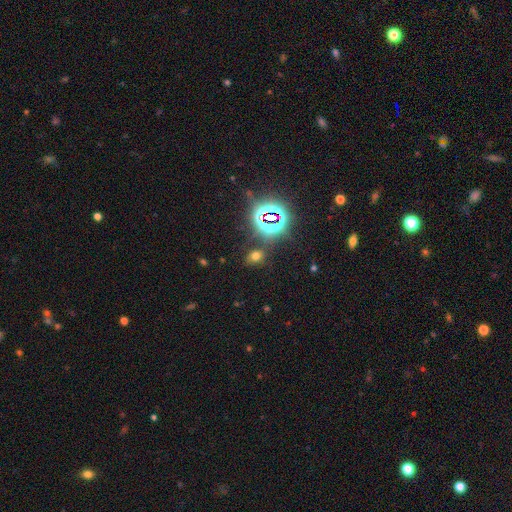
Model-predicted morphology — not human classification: Smooth or featured? Predicted: smooth (p=0.51). How rounded? Predicted: in between (p=0.58). Merging? Predicted: none (p=0.80).